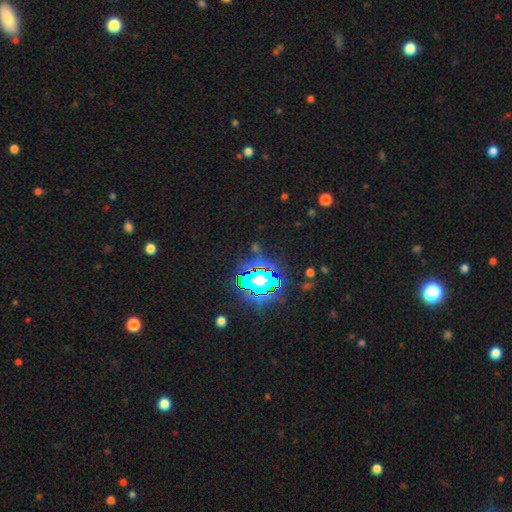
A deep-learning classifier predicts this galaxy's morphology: The model was most divided on "smooth or featured": star or artifact: 80%, smooth: 12%, featured or disk: 8%.